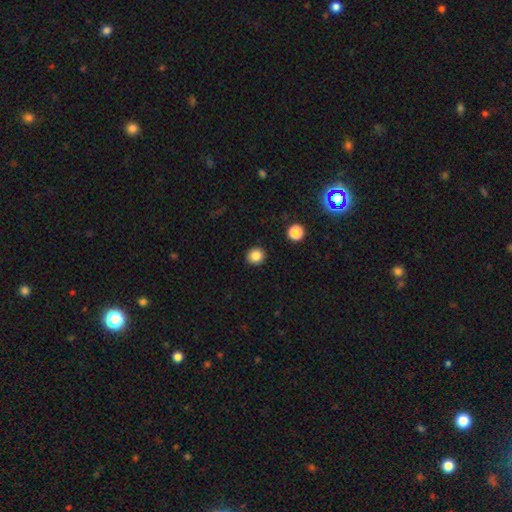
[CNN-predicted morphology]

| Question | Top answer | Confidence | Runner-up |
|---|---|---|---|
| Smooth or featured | smooth | 85% | star or artifact (11%) |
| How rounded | round | 92% | in between (7%) |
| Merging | none | 92% | minor disturbance (5%) |